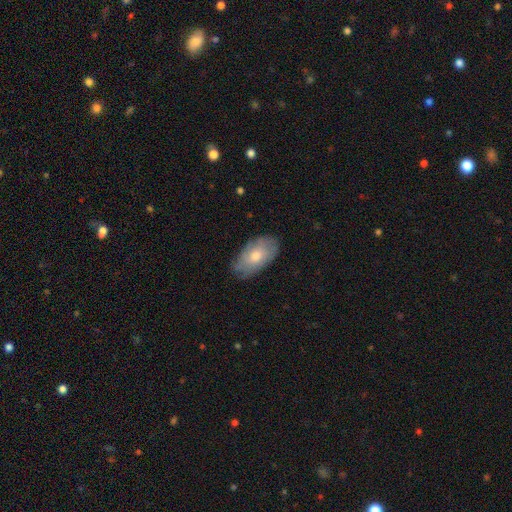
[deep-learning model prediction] A smooth galaxy with no disk features (57%) that is in between round and cigar-shaped (93%). Merging: none (75%).